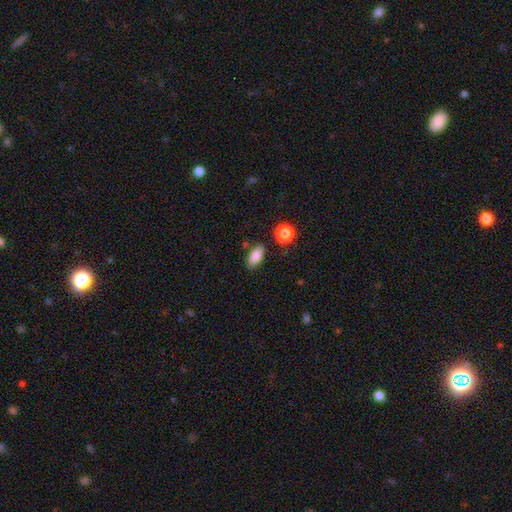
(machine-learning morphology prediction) A smooth galaxy with no disk features (85%) that is in between round and cigar-shaped (89%).

Vote fractions:
- Smooth or featured? smooth: 85% / star or artifact: 8% / featured or disk: 7%
- How rounded? in between: 89% / cigar-shaped: 6% / round: 5%
- Merging? none: 82% / minor disturbance: 11% / merger: 4% / major disturbance: 3%